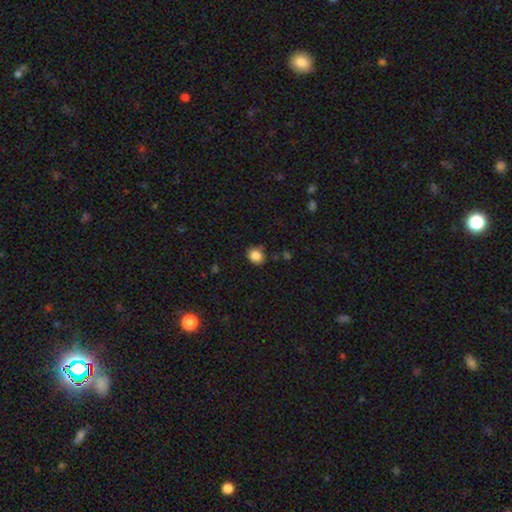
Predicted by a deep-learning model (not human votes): Smooth or featured? smooth (85%)
How rounded? round (69%)
Merging? none (79%)